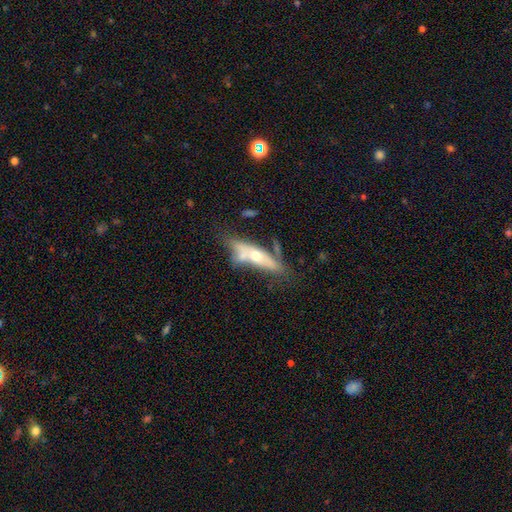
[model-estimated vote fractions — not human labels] This appears to be a featured or disk galaxy (54%) viewed edge-on (64%). Merging: none (44%).